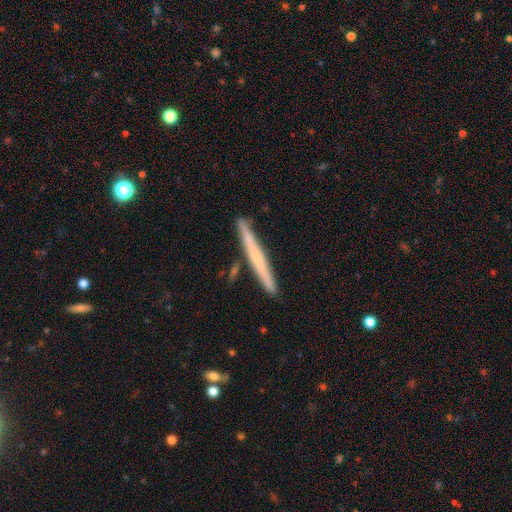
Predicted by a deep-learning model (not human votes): Smooth or featured: smooth — 52% (featured or disk — 42%)
How rounded: cigar-shaped — 97% (in between — 2%)
Merging: none — 89% (minor disturbance — 8%)